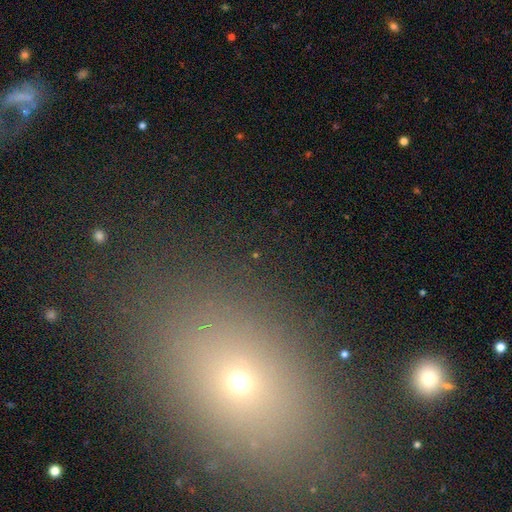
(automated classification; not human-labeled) smooth-or-featured: star or artifact: 63% | smooth: 24% | featured or disk: 13%